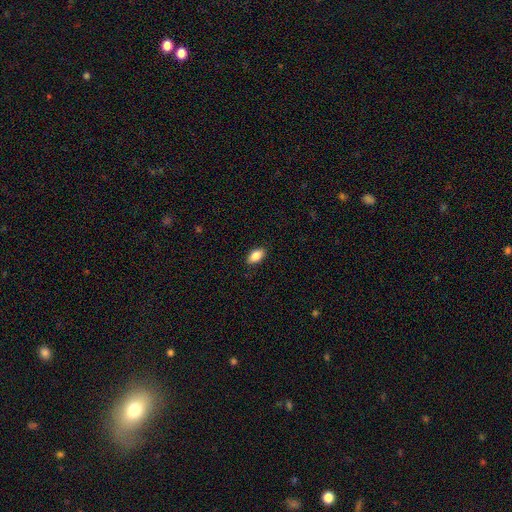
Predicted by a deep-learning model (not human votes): Morphology: type=smooth (87%); roundness=in between (92%); merging=none (87%).